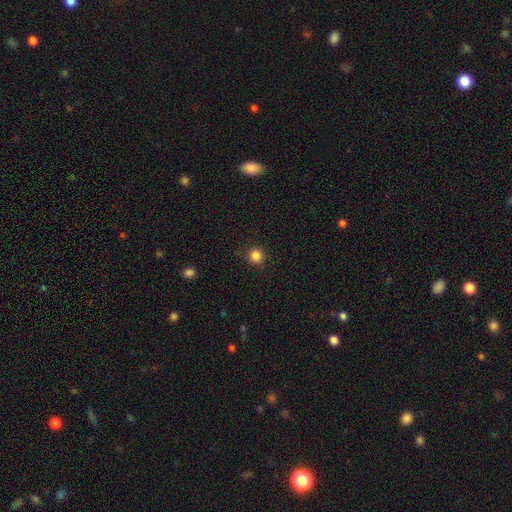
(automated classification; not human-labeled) Overall: smooth (84%). How rounded: round (95%). Merging: none (91%).